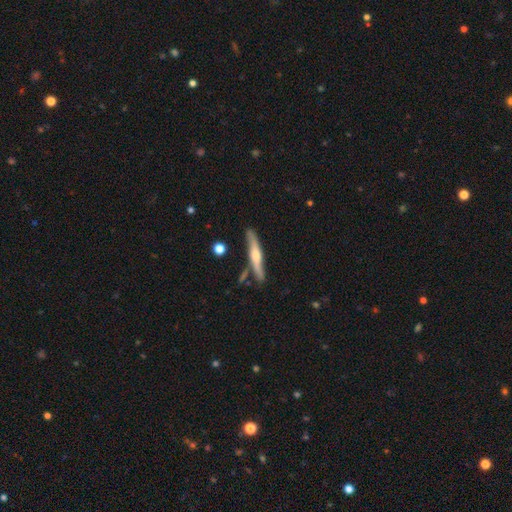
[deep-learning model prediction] Smooth or featured: featured or disk — 60% (smooth — 34%)
Edge-on disk: yes — 93% (no — 7%)
Edge-on bulge: rounded — 79% (none — 11%)
Merging: none — 78% (minor disturbance — 14%)